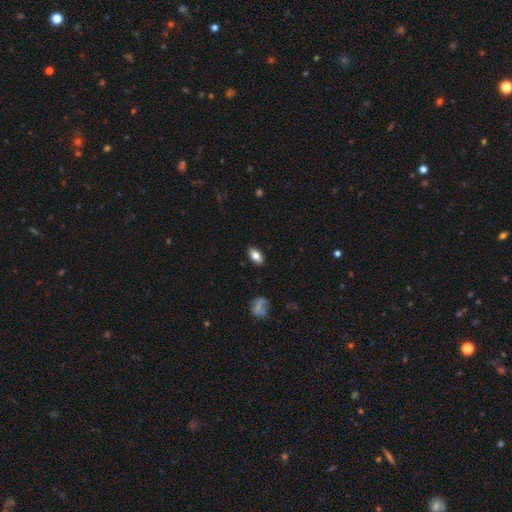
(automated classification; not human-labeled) Overall: smooth (80%). How rounded: in between (90%). Merging: none (88%).